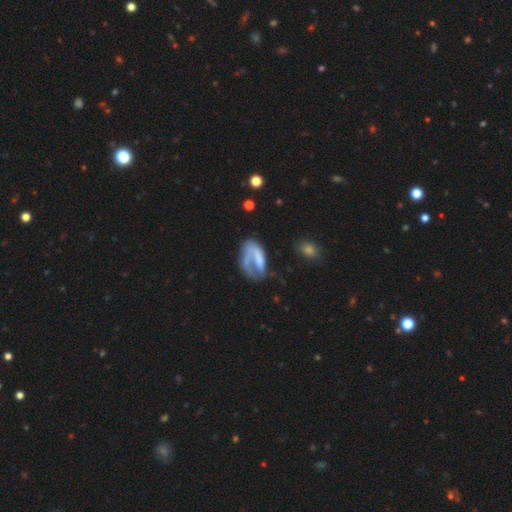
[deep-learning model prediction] The model was most divided on "merging": major disturbance: 40%, none: 33%, minor disturbance: 19%, merger: 8%. More confident: edge-on disk — no (95%); spiral arms — yes (63%); smooth or featured — featured or disk (58%); bar — no (54%); bulge size — none (52%).